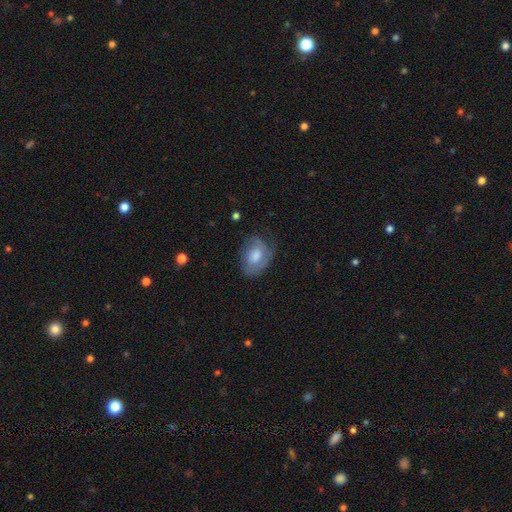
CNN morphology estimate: smooth 58%, featured or disk 35%, star or artifact 7%. Down the decision tree: how rounded — in between (83%); merging — none (57%).